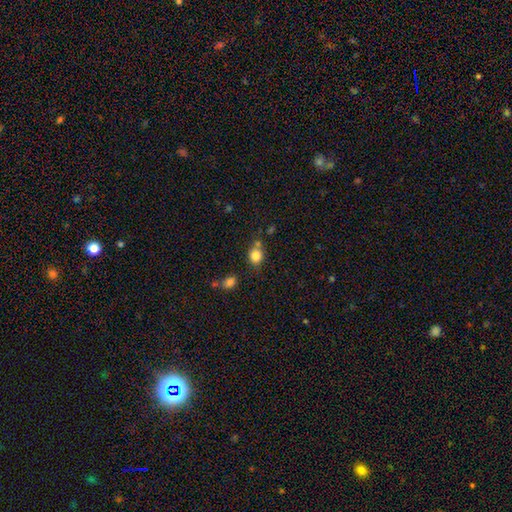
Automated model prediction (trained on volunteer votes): smooth_or_featured: smooth (p=0.82) [alt: star or artifact p=0.11]
how_rounded: round (p=0.71) [alt: in between p=0.28]
merging: none (p=0.61) [alt: merger p=0.17]